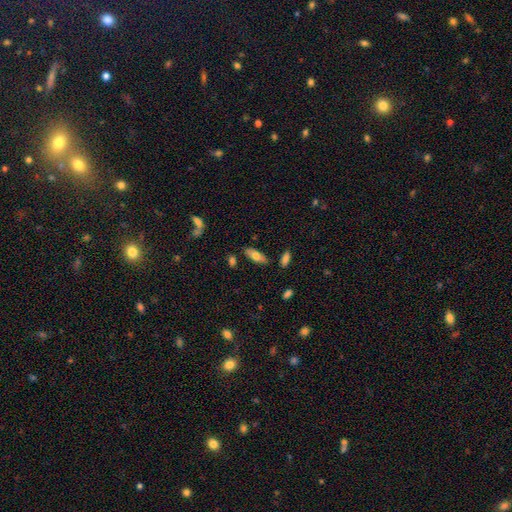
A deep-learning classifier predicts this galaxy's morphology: smooth-or-featured: smooth: 67% | featured or disk: 27% | star or artifact: 7%
  how-rounded: in between: 72% | cigar-shaped: 26% | round: 2%
  merging: none: 82% | minor disturbance: 12% | merger: 3% | major disturbance: 3%